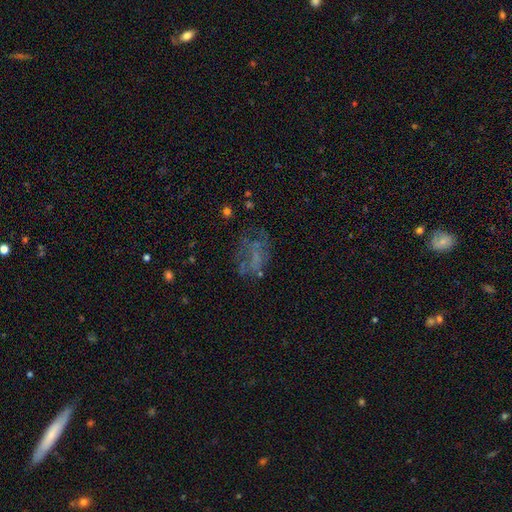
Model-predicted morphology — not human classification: type=featured or disk (46%); merging=none (47%).